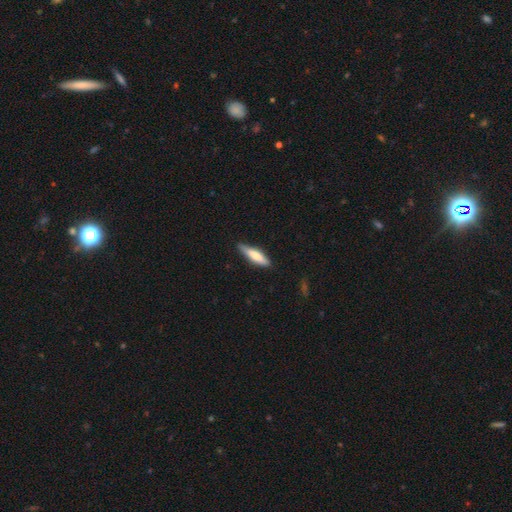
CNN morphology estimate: This appears to be a smooth galaxy with no disk features (68%) that is cigar-shaped (73%). Merging: none (81%).